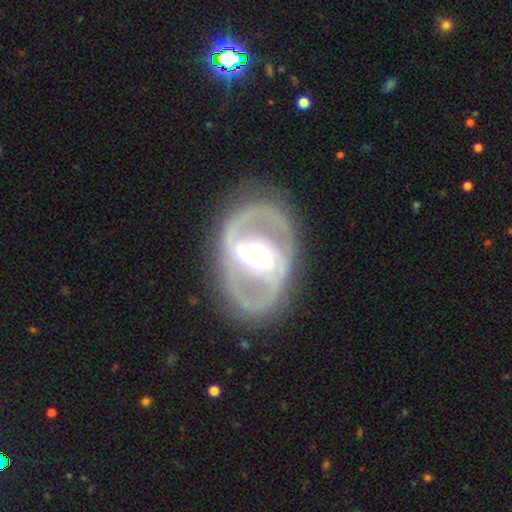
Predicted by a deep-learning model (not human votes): Morphology: type=featured or disk (85%); edge-on=no (96%); bar=strong (51%); spiral arms=yes (80%); winding=medium (48%); arm count=2 (87%); bulge=moderate (62%); merging=none (82%).